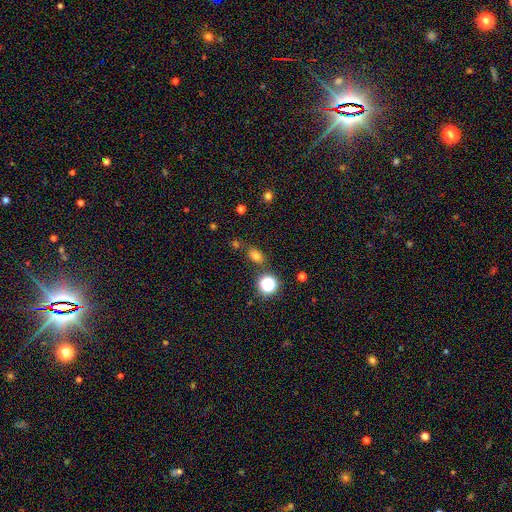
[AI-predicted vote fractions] This is likely a smooth galaxy (73%). How rounded: likely in between (73%). Merging: likely none (73%).